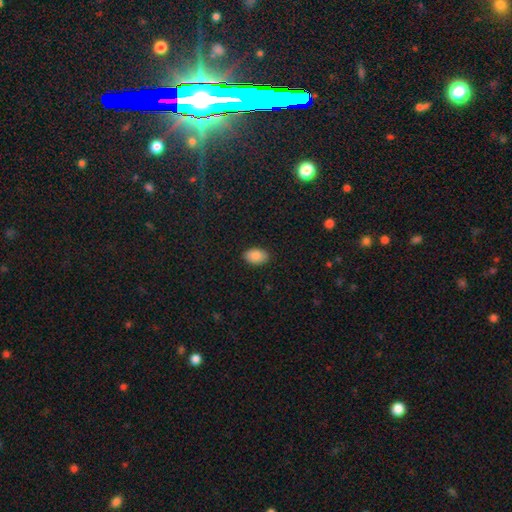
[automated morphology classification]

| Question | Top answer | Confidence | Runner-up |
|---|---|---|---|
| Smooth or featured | smooth | 88% | star or artifact (7%) |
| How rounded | in between | 90% | round (8%) |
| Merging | none | 88% | minor disturbance (9%) |